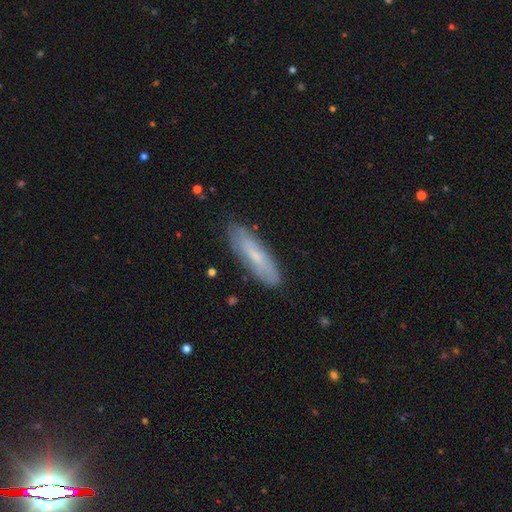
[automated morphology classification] This appears to be a smooth galaxy with no disk features (54%) that is cigar-shaped (60%). Merging: none (82%).